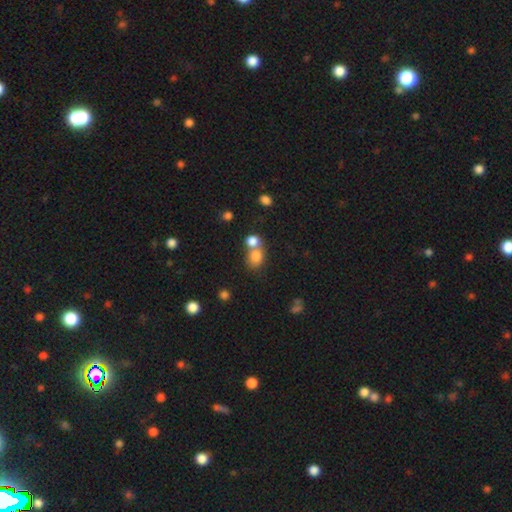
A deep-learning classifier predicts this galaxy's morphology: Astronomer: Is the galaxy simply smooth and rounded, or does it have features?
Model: smooth — 80%.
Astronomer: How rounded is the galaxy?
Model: round — 62%.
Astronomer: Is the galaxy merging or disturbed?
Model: merger — 49% (runner-up: none, 39%).